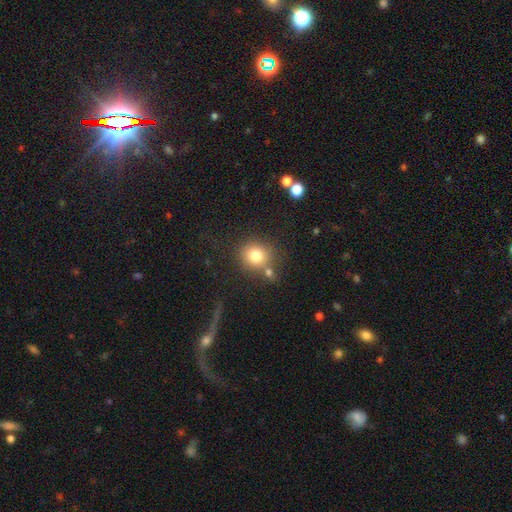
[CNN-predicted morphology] Overall: smooth (80%). How rounded: round (83%). Merging: none (67%).